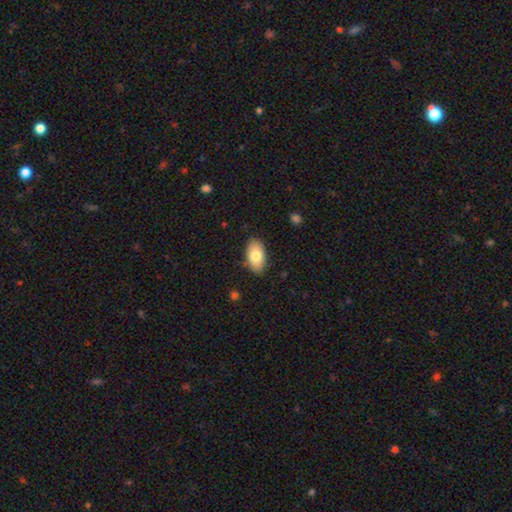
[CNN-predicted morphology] smooth-or-featured: smooth: 79% | featured or disk: 15% | star or artifact: 7%
  how-rounded: in between: 94% | round: 4% | cigar-shaped: 2%
  merging: none: 87% | minor disturbance: 10% | major disturbance: 2% | merger: 1%